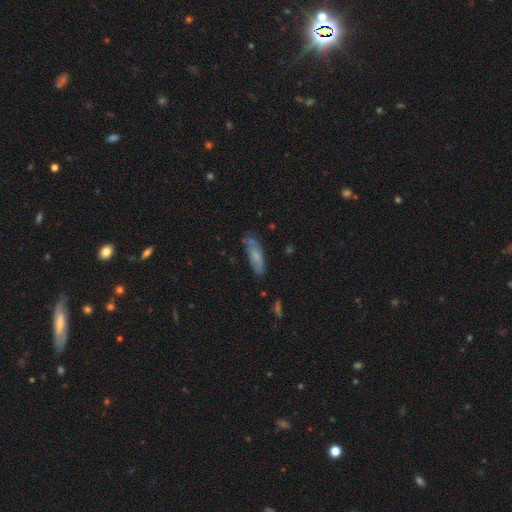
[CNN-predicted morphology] type=smooth (65%); roundness=cigar-shaped (51%); merging=none (61%).